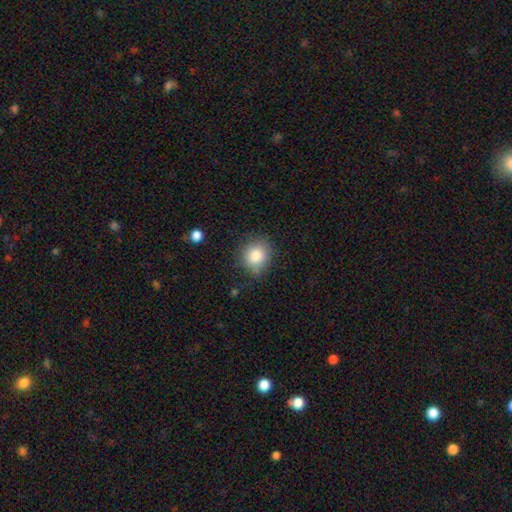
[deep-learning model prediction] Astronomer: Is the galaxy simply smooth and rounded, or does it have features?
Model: smooth — 83%.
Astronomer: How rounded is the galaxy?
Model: round — 80%.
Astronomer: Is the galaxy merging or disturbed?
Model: none — 78%.